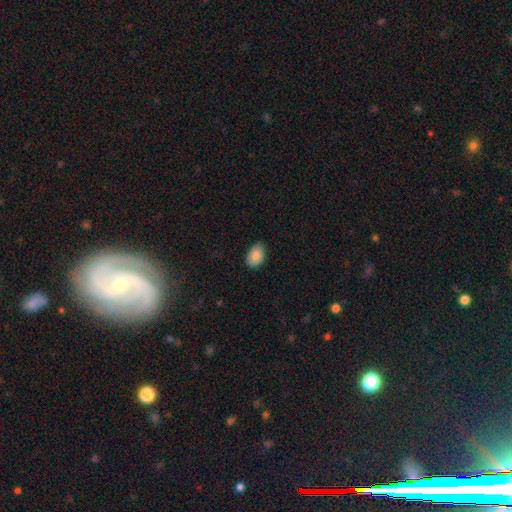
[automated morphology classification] Overall: smooth (83%). How rounded: in between (86%). Merging: none (82%).